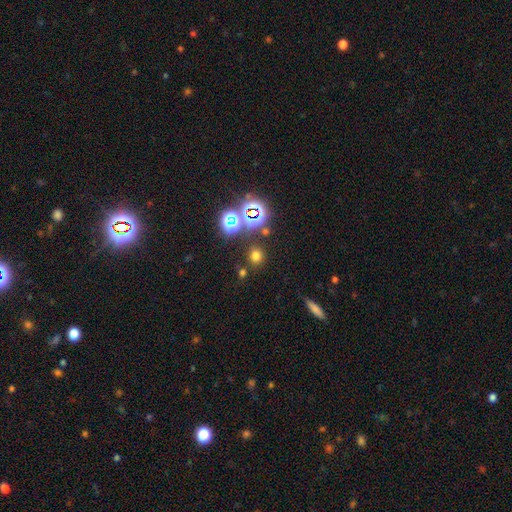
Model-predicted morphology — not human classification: Smooth or featured? Predicted: smooth (p=0.65). How rounded? Predicted: round (p=0.82). Merging? Predicted: none (p=0.82).